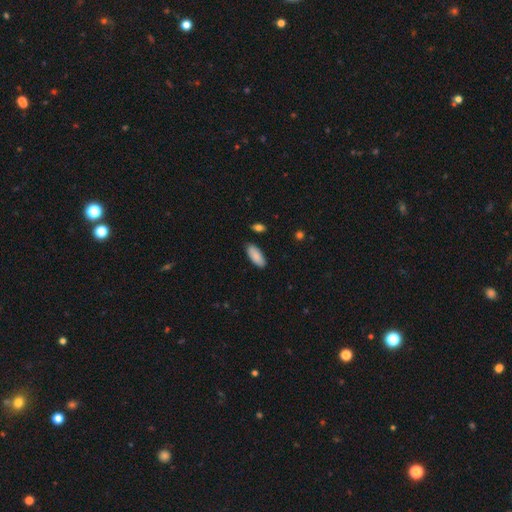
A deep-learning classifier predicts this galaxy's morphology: Overall: smooth (89%). How rounded: in between (83%). Merging: none (87%).